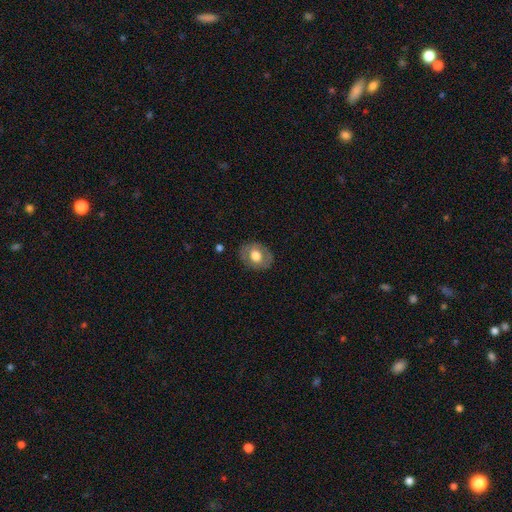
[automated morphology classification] Smooth or featured?
  - smooth: 59% *
  - featured or disk: 34%
  - star or artifact: 7%
How rounded?
  - in between: 53% *
  - round: 46%
  - cigar-shaped: 1%
Merging?
  - none: 81% *
  - minor disturbance: 14%
  - major disturbance: 4%
  - merger: 1%